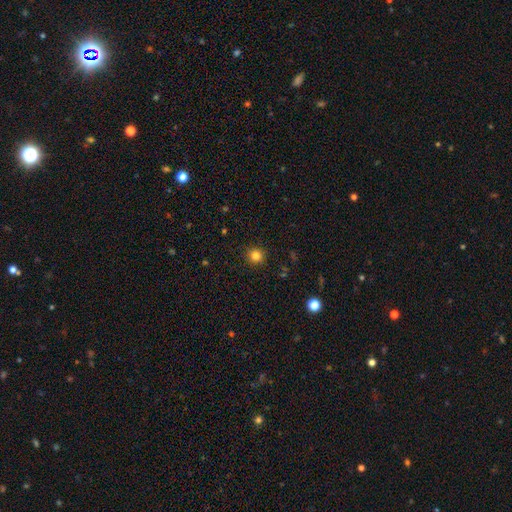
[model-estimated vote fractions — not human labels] A smooth galaxy with no disk features (82%) that is round (93%).

Vote fractions:
- Smooth or featured? smooth: 82% / star or artifact: 13% / featured or disk: 5%
- How rounded? round: 93% / in between: 6% / cigar-shaped: 1%
- Merging? none: 92% / minor disturbance: 5% / major disturbance: 2% / merger: 1%